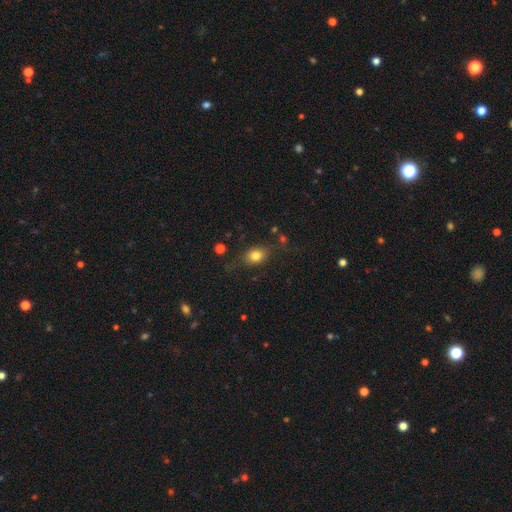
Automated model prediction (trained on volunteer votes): Q: Smooth or featured?
A: smooth (79%); runner-up: star or artifact (11%)
Q: How rounded?
A: in between (59%); runner-up: round (39%)
Q: Merging?
A: none (72%); runner-up: minor disturbance (18%)